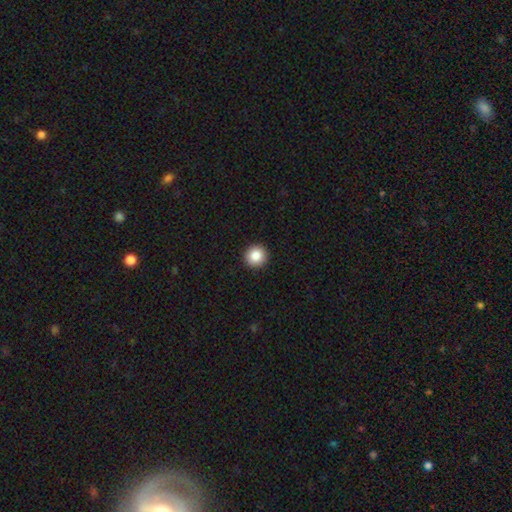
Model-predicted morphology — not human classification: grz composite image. It shows a smooth galaxy with no disk features (86%) that is round (95%). Merging: none (93%).